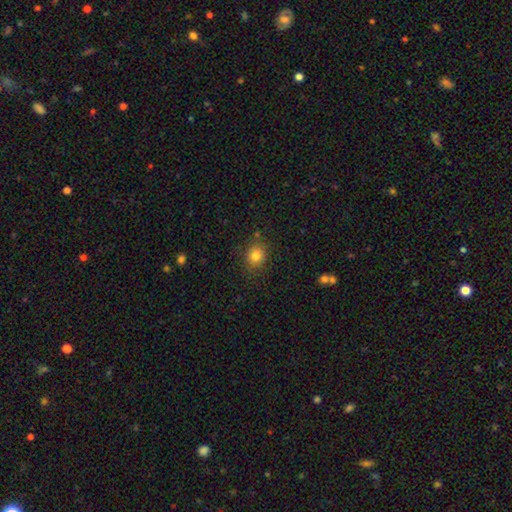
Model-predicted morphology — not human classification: Smooth or featured: smooth — 81% (star or artifact — 12%)
How rounded: round — 68% (in between — 31%)
Merging: none — 83% (minor disturbance — 11%)